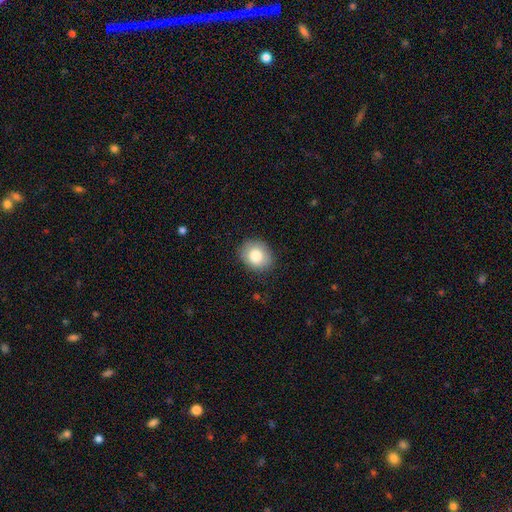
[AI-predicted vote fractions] Smooth or featured?
  - smooth: 82% *
  - featured or disk: 10%
  - star or artifact: 8%
How rounded?
  - round: 59% *
  - in between: 40%
  - cigar-shaped: 1%
Merging?
  - none: 84% *
  - minor disturbance: 12%
  - major disturbance: 3%
  - merger: 1%